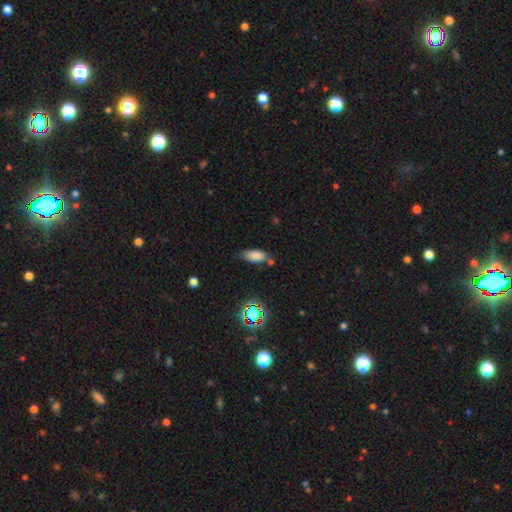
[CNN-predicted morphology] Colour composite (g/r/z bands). It shows a smooth galaxy with no disk features (79%) that is in between round and cigar-shaped (81%). Merging: none (60%).